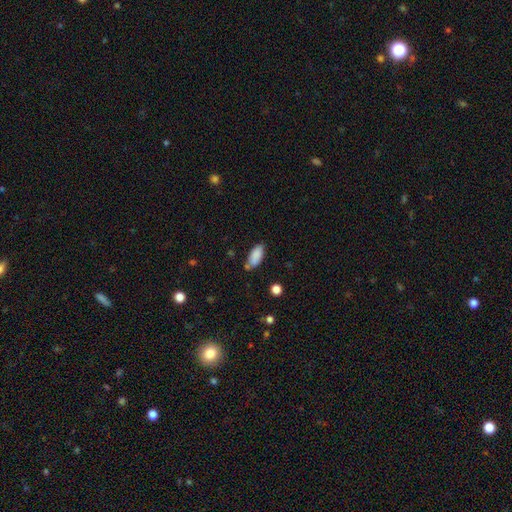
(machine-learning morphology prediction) This is clearly a smooth galaxy (86%). How rounded: clearly in between (88%). Merging: likely none (65%).